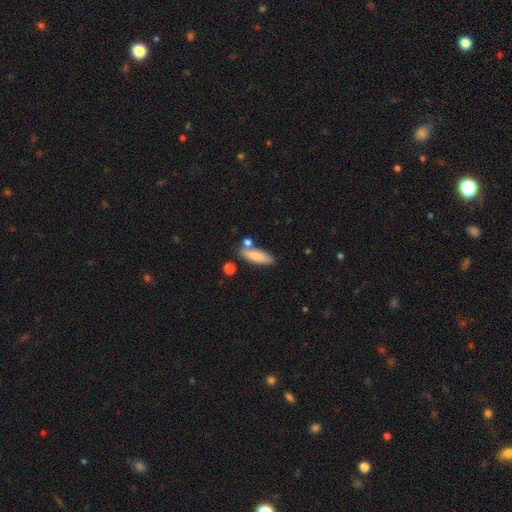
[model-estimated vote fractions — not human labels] This is clearly a smooth galaxy (83%). How rounded: possibly in between (55%). Merging: likely none (68%).